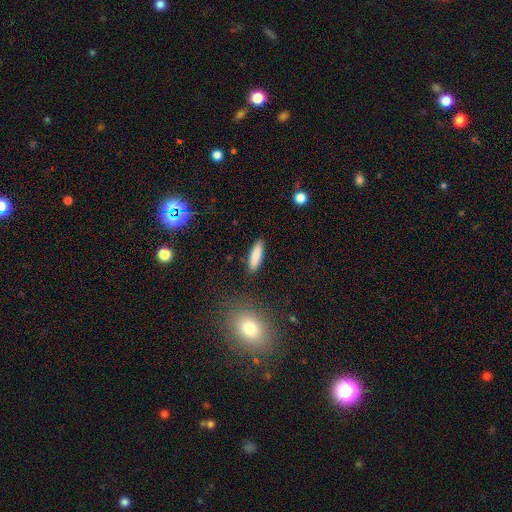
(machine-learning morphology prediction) Smooth or featured?
  - smooth: 83% *
  - featured or disk: 10%
  - star or artifact: 6%
How rounded?
  - cigar-shaped: 58% *
  - in between: 40%
  - round: 2%
Merging?
  - none: 88% *
  - minor disturbance: 8%
  - major disturbance: 2%
  - merger: 2%